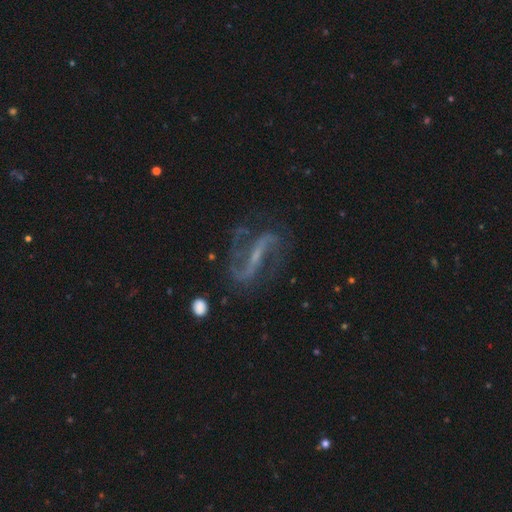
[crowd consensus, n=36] Smooth or featured? featured or disk (94%)
Edge-on disk? no (94%)
Bar? strong (53%)
Spiral arms? yes (100%)
Spiral winding? medium (62%)
Spiral arm count? 2 (97%)
Bulge size? small (69%)
Merging? none (69%)